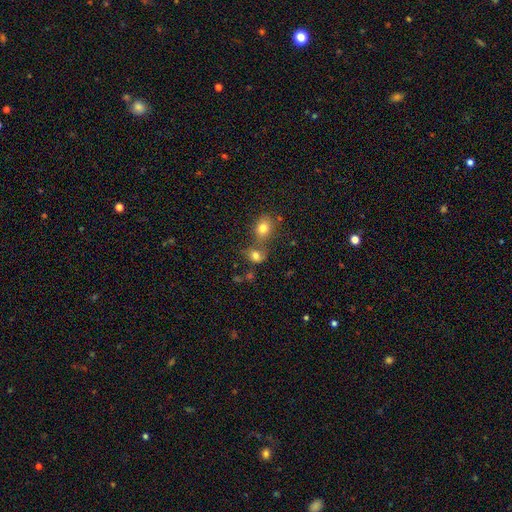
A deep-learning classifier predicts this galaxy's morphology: smooth 76%, star or artifact 13%, featured or disk 11%. Down the decision tree: how rounded — in between (54%); merging — merger (44%).